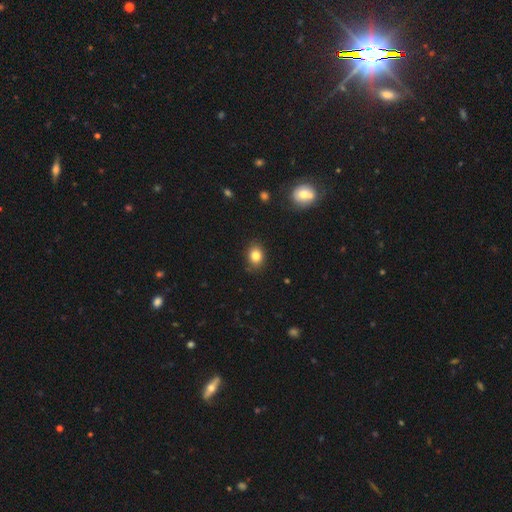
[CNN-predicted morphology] Smooth or featured? Predicted: smooth (p=0.82). How rounded? Predicted: in between (p=0.59). Merging? Predicted: none (p=0.86).